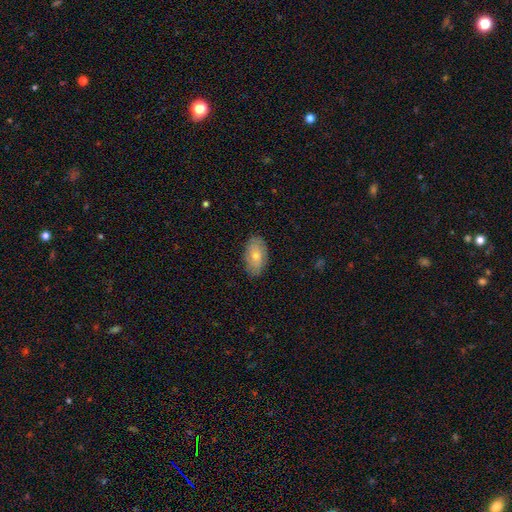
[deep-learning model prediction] smooth 71%, featured or disk 23%, star or artifact 6%. Down the decision tree: how rounded — in between (93%); merging — none (84%).